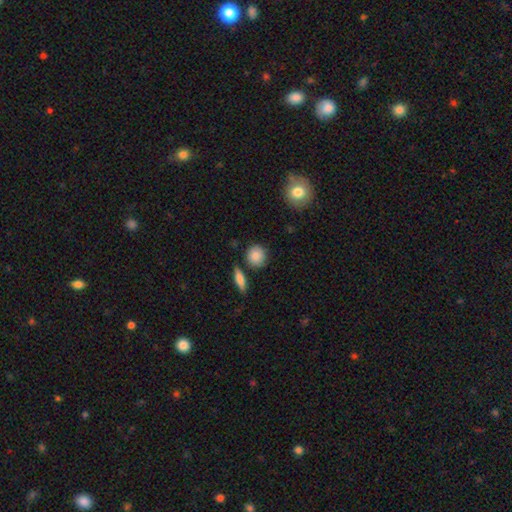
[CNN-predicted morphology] Q: Smooth or featured?
A: smooth (84%); runner-up: featured or disk (8%)
Q: How rounded?
A: round (86%); runner-up: in between (12%)
Q: Merging?
A: none (81%); runner-up: minor disturbance (11%)